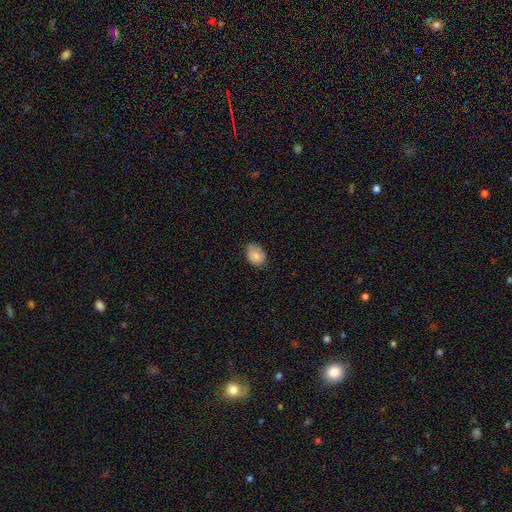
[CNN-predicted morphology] Overall: smooth (81%). How rounded: in between (63%; round 36%). Merging: none (62%; minor disturbance 32%).